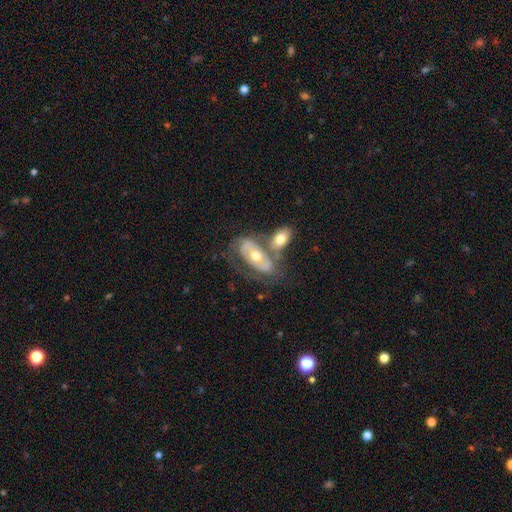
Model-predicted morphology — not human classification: type=featured or disk (65%); edge-on=no (91%); bar=no (70%); spiral arms=yes (59%); bulge=moderate (71%); merging=merger (39%).